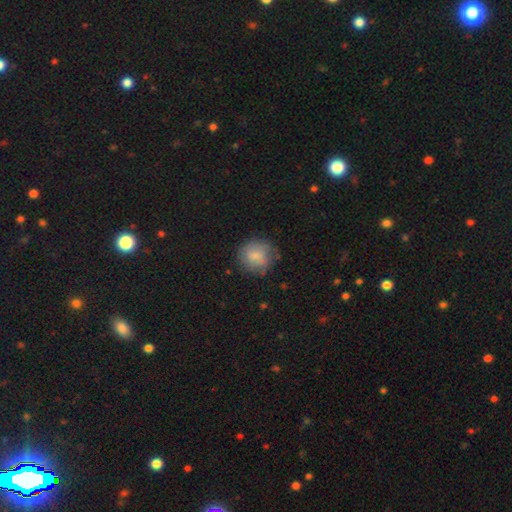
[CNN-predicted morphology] smooth_or_featured: smooth (p=0.71) [alt: featured or disk p=0.21]
how_rounded: round (p=0.85) [alt: in between p=0.14]
merging: none (p=0.67) [alt: minor disturbance p=0.22]